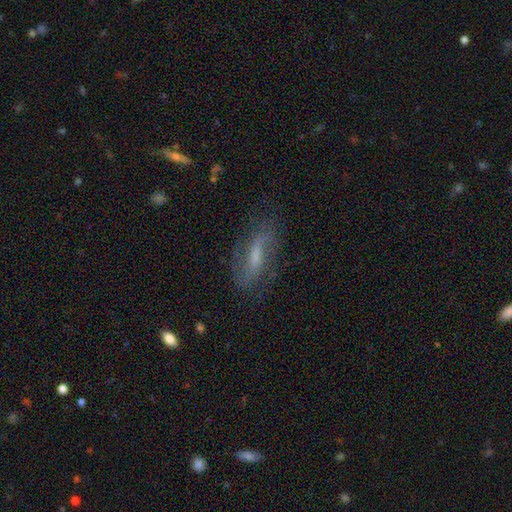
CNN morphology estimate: Smooth or featured?
  - featured or disk: 62% *
  - smooth: 28%
  - star or artifact: 10%
Edge-on disk?
  - no: 80% *
  - yes: 20%
Merging?
  - none: 70% *
  - minor disturbance: 19%
  - major disturbance: 9%
  - merger: 2%